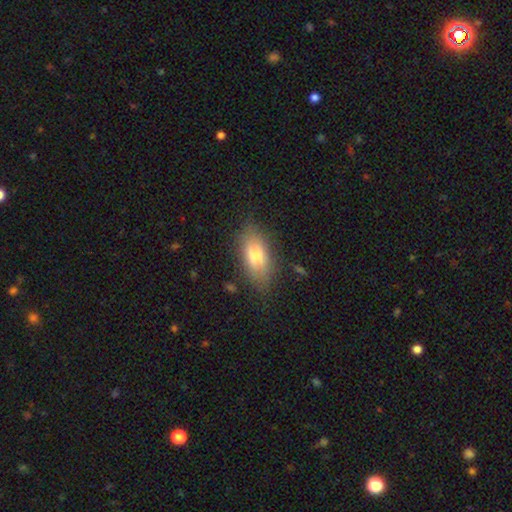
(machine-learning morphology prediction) smooth_or_featured: smooth (p=0.75) [alt: featured or disk p=0.17]
how_rounded: in between (p=0.85) [alt: cigar-shaped p=0.12]
merging: none (p=0.74) [alt: minor disturbance p=0.19]